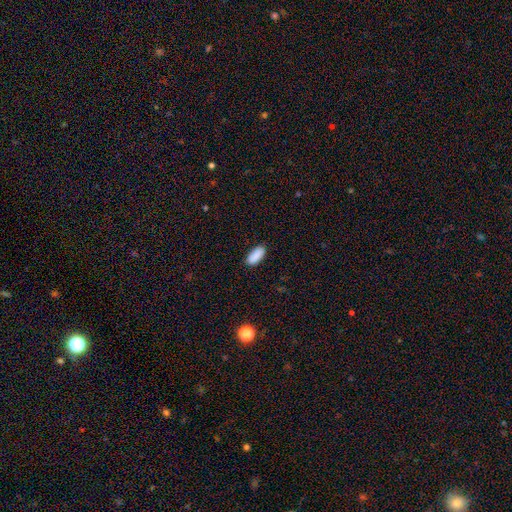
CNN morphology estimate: smooth-or-featured: smooth: 90% | star or artifact: 7% | featured or disk: 3%
  how-rounded: in between: 85% | cigar-shaped: 13% | round: 2%
  merging: none: 88% | minor disturbance: 9% | major disturbance: 2% | merger: 1%